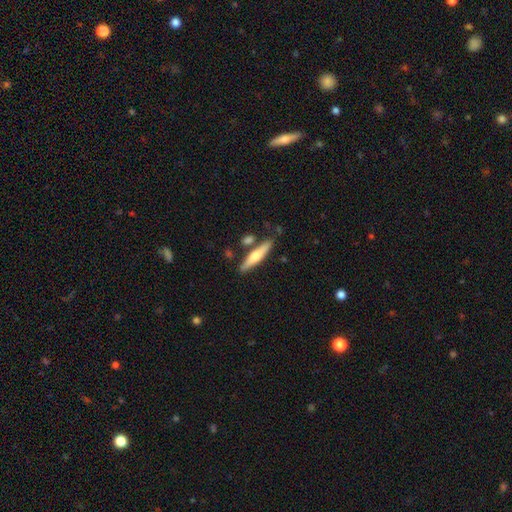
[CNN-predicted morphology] Smooth or featured: smooth — 54% (featured or disk — 41%)
How rounded: cigar-shaped — 84% (in between — 14%)
Merging: none — 76% (minor disturbance — 12%)